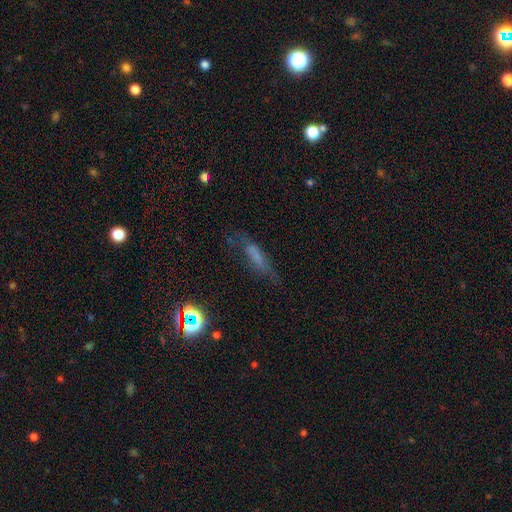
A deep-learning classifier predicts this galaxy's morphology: Overall: smooth (47%; featured or disk 35%). Merging: none (52%; minor disturbance 26%).